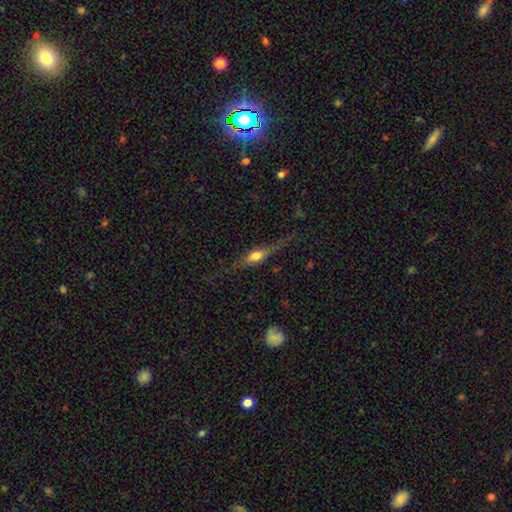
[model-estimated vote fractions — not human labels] This is possibly a featured or disk galaxy (58%). It is clearly viewed edge-on (89%). Edge-on bulge: clearly rounded (84%). Merging: likely none (72%).